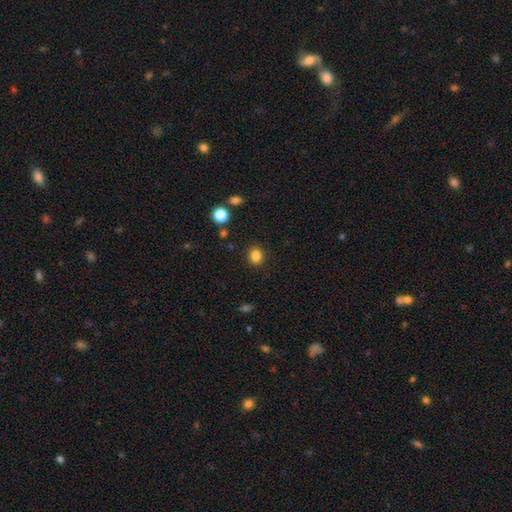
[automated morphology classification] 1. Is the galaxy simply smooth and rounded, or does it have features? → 85% smooth, 11% star or artifact, 4% featured or disk.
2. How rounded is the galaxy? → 65% round, 34% in between, 1% cigar-shaped.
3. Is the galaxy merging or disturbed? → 88% none, 8% minor disturbance, 3% major disturbance, 2% merger.